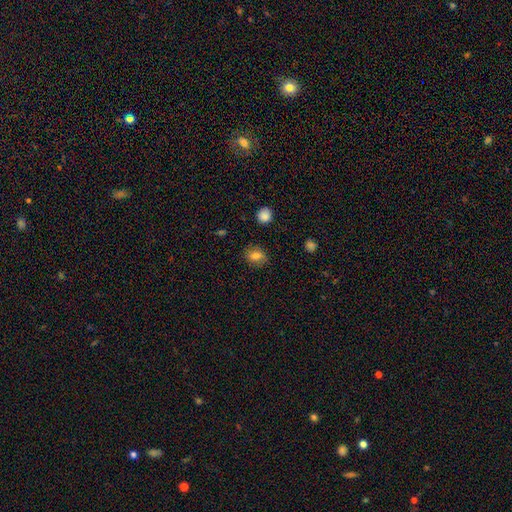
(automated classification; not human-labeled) A smooth galaxy with no disk features (80%) that is round (49%, tied with in between). Merging: none (82%).